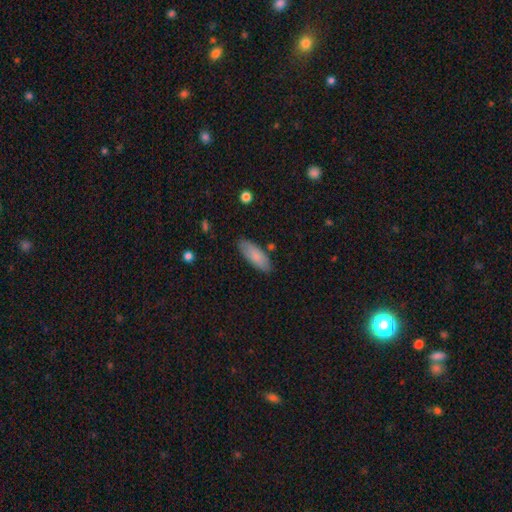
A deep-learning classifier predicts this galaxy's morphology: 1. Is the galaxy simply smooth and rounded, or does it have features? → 81% smooth, 13% featured or disk, 6% star or artifact.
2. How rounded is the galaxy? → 73% in between, 25% cigar-shaped, 2% round.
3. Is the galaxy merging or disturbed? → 82% none, 13% minor disturbance, 3% merger, 2% major disturbance.